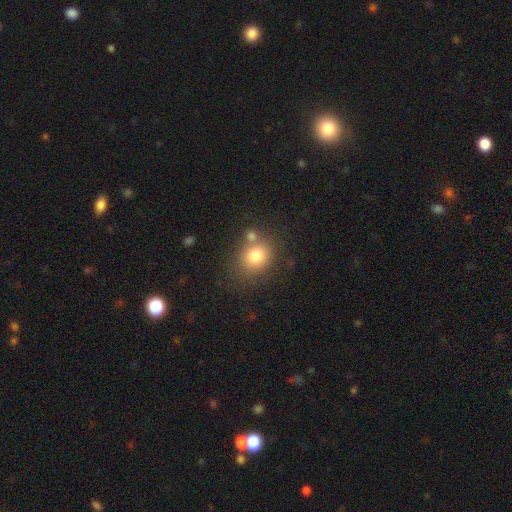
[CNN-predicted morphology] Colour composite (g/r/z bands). It shows a smooth galaxy with no disk features (78%) that is round (68%). Merging: none (62%).